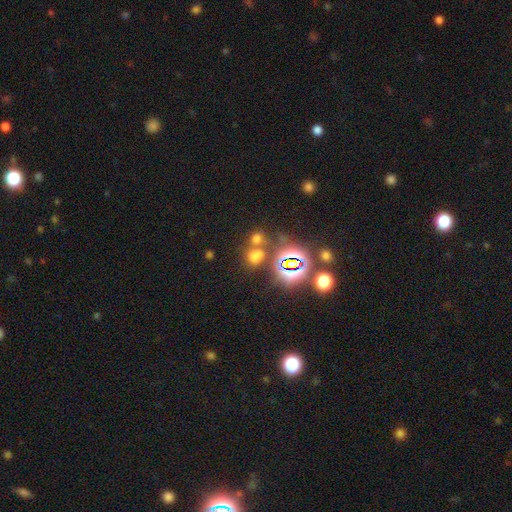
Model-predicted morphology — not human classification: A smooth galaxy with no disk features (53%) that is round (61%). Merging: none (55%).